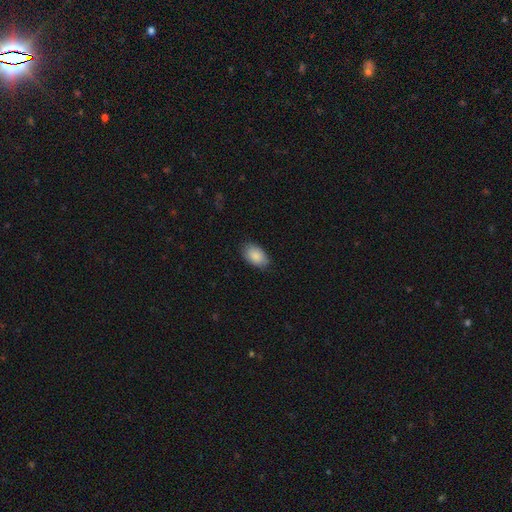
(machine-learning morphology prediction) Smooth or featured? Predicted: smooth (p=0.88). How rounded? Predicted: in between (p=0.92). Merging? Predicted: none (p=0.81).